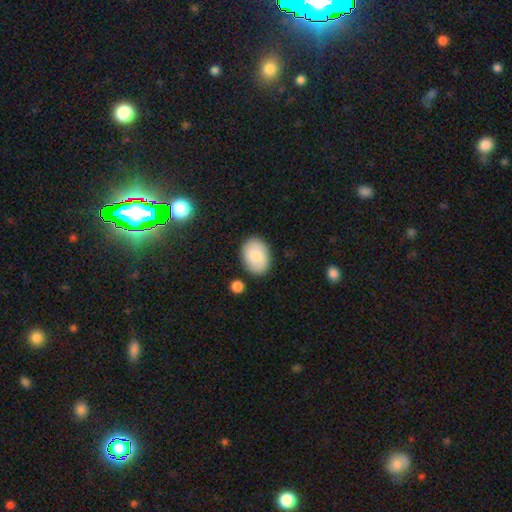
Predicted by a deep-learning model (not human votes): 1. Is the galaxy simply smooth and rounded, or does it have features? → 82% smooth, 12% featured or disk, 6% star or artifact.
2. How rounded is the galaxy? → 80% in between, 19% round, 1% cigar-shaped.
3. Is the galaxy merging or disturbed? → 82% none, 12% minor disturbance, 3% merger, 3% major disturbance.